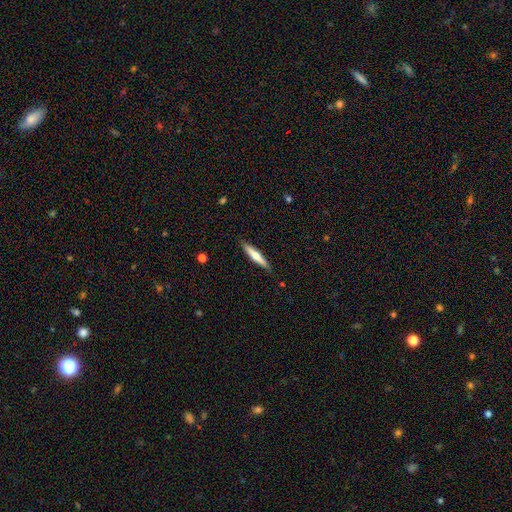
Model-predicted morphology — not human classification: smooth_or_featured: smooth (p=0.48) [alt: featured or disk p=0.47]
merging: none (p=0.89) [alt: minor disturbance p=0.08]